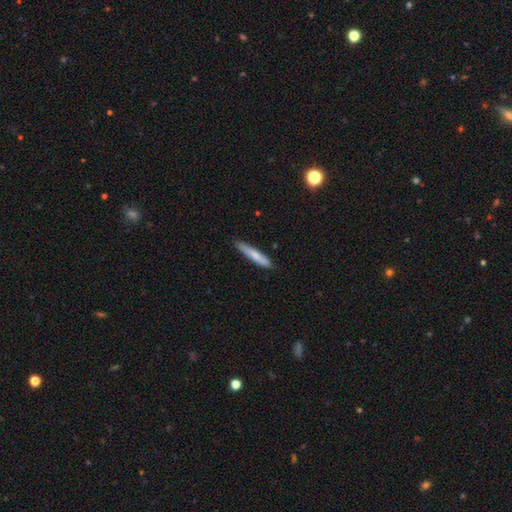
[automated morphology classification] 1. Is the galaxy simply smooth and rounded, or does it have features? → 73% smooth, 22% featured or disk, 6% star or artifact.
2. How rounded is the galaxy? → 91% cigar-shaped, 7% in between, 1% round.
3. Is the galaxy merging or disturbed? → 83% none, 14% minor disturbance, 2% major disturbance, 1% merger.